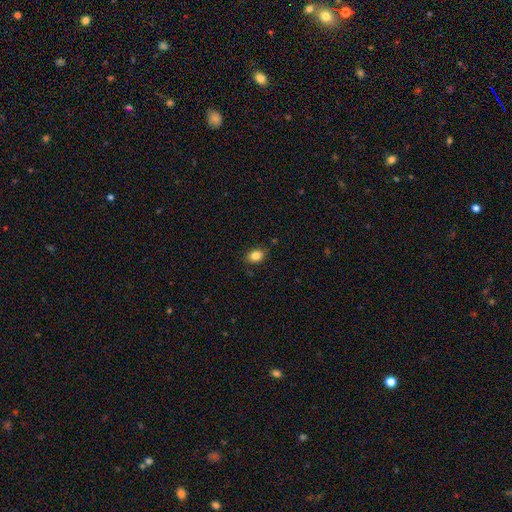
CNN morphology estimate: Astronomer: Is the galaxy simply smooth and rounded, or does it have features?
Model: smooth — 85%.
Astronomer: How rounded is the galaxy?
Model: in between — 75%.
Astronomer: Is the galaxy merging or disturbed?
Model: none — 83%.